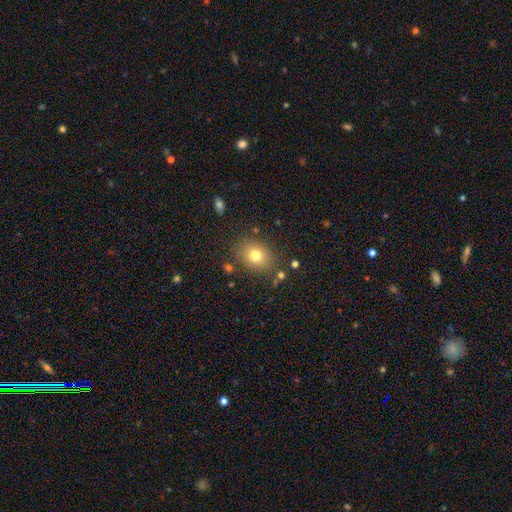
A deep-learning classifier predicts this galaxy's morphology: This appears to be a smooth galaxy with no disk features (76%) that is round (53%). Merging: none (82%).